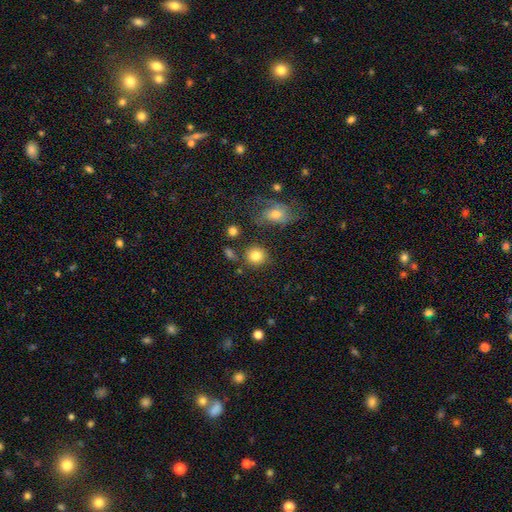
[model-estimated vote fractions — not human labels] Smooth or featured: smooth — 83% (star or artifact — 10%)
How rounded: round — 85% (in between — 14%)
Merging: none — 79% (minor disturbance — 10%)